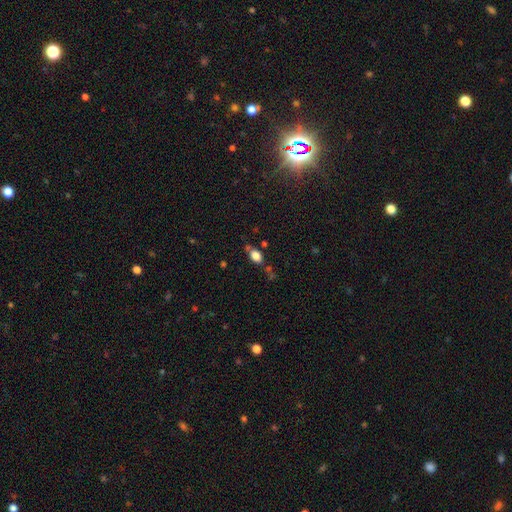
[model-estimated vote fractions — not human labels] smooth_or_featured: smooth (p=0.80) [alt: star or artifact p=0.11]
how_rounded: in between (p=0.83) [alt: round p=0.14]
merging: none (p=0.65) [alt: minor disturbance p=0.18]